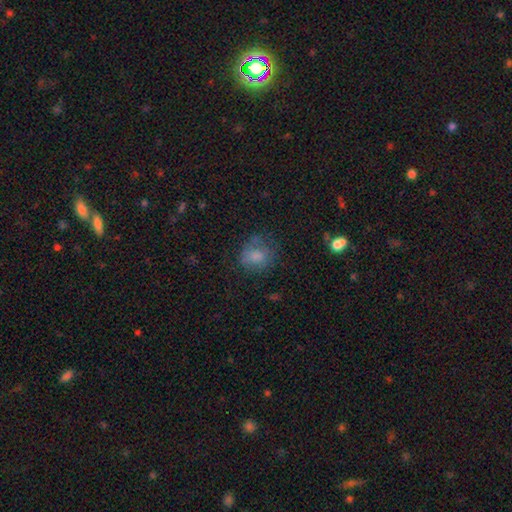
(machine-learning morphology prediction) The model was most divided on "merging": none: 59%, minor disturbance: 24%, major disturbance: 14%, merger: 3%. More confident: smooth or featured — smooth (75%); how rounded — round (73%).